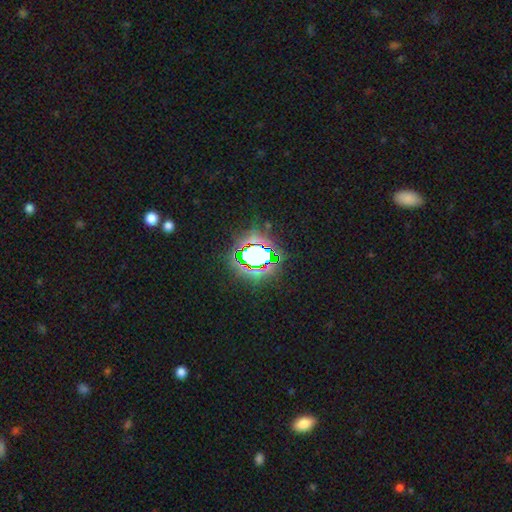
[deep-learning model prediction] A star or artifact, not a galaxy (69%).